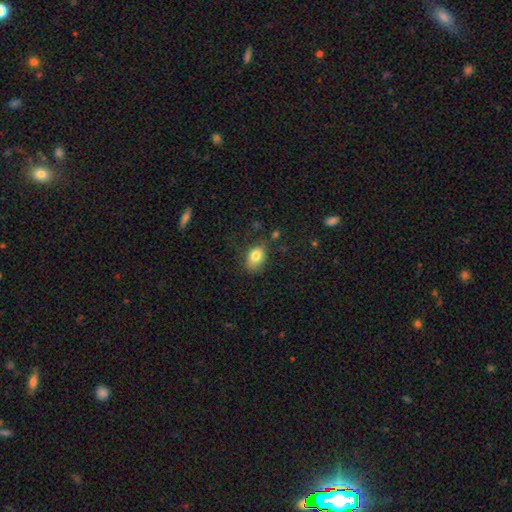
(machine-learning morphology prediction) Smooth or featured? smooth (80%)
How rounded? in between (75%)
Merging? none (69%)